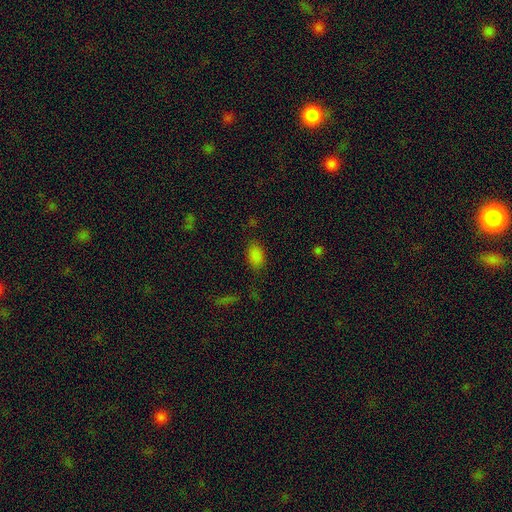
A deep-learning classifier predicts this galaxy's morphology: Smooth or featured: smooth — 81% (star or artifact — 15%)
How rounded: in between — 90% (round — 8%)
Merging: none — 76% (minor disturbance — 15%)